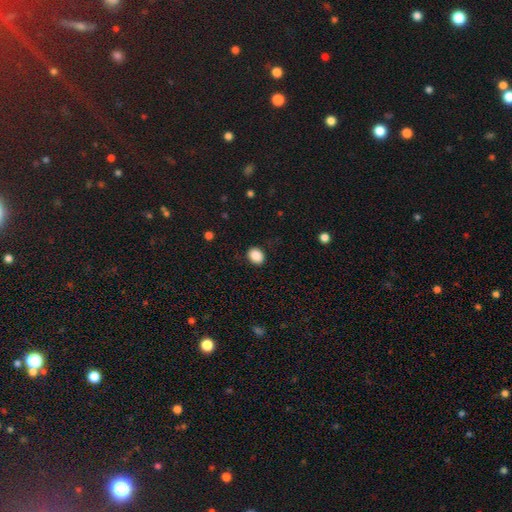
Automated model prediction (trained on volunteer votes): smooth_or_featured: smooth (p=0.89) [alt: star or artifact p=0.08]
how_rounded: in between (p=0.50) [alt: round p=0.49]
merging: none (p=0.87) [alt: minor disturbance p=0.09]